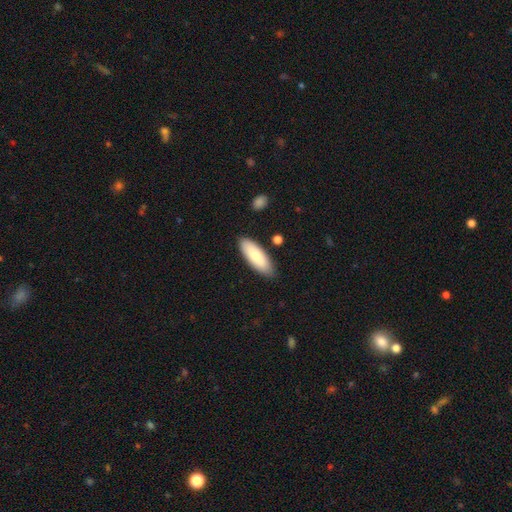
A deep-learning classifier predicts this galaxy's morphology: Q: Smooth or featured?
A: smooth (80%); runner-up: featured or disk (15%)
Q: How rounded?
A: in between (69%); runner-up: cigar-shaped (29%)
Q: Merging?
A: none (83%); runner-up: minor disturbance (12%)